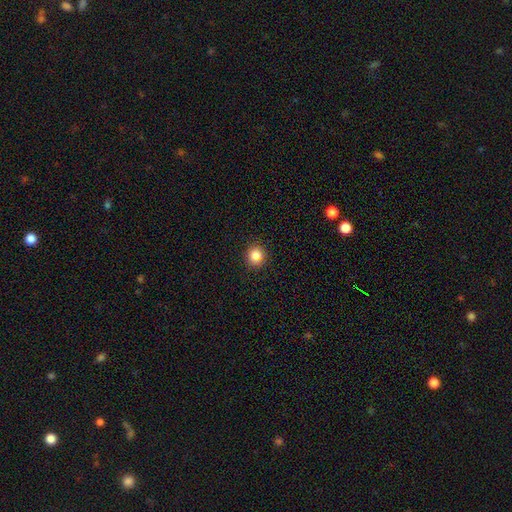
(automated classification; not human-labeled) Q: Smooth or featured?
A: smooth (84%); runner-up: star or artifact (11%)
Q: How rounded?
A: round (90%); runner-up: in between (9%)
Q: Merging?
A: none (92%); runner-up: minor disturbance (5%)